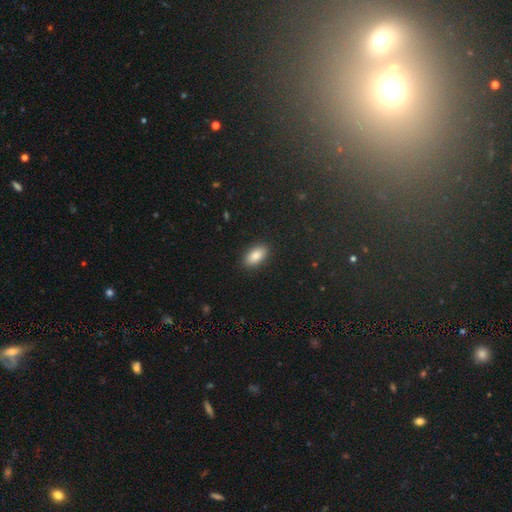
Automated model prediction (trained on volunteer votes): Smooth or featured? smooth (86%)
How rounded? in between (92%)
Merging? none (88%)